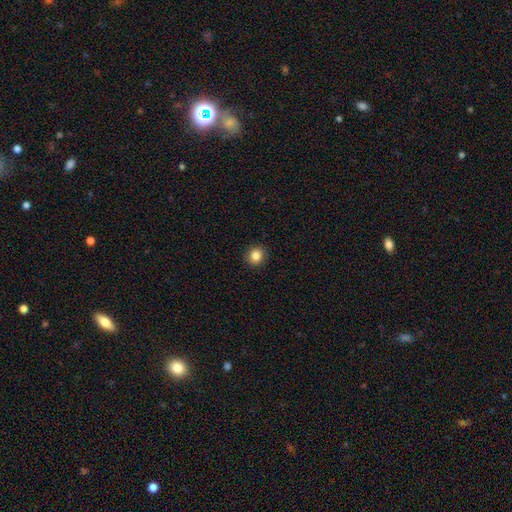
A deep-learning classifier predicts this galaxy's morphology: type=smooth (84%); roundness=round (85%); merging=none (91%).